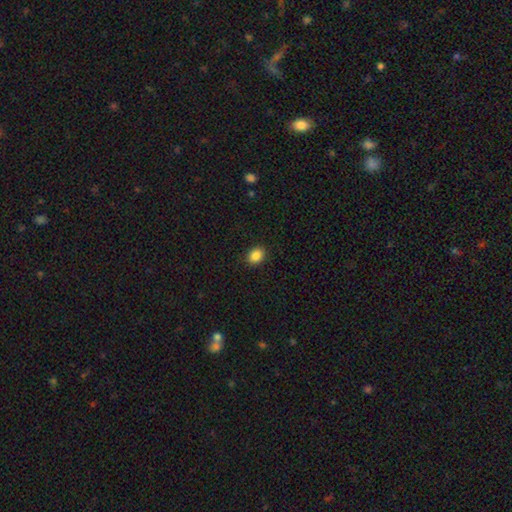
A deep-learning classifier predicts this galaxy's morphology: This is clearly a smooth galaxy (87%). How rounded: possibly round (52%). Merging: clearly none (90%).